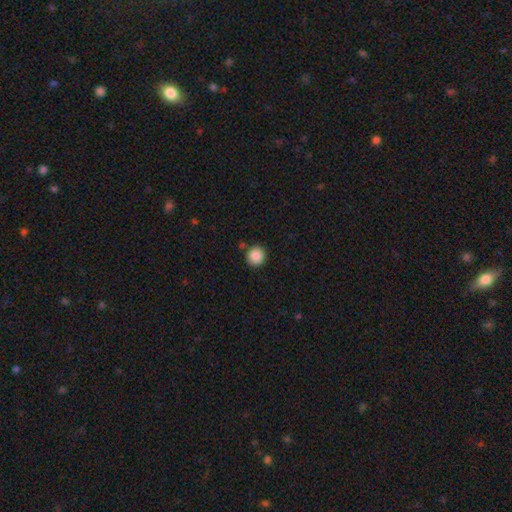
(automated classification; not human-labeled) smooth_or_featured: smooth (p=0.88) [alt: star or artifact p=0.09]
how_rounded: round (p=0.92) [alt: in between p=0.07]
merging: none (p=0.86) [alt: minor disturbance p=0.07]